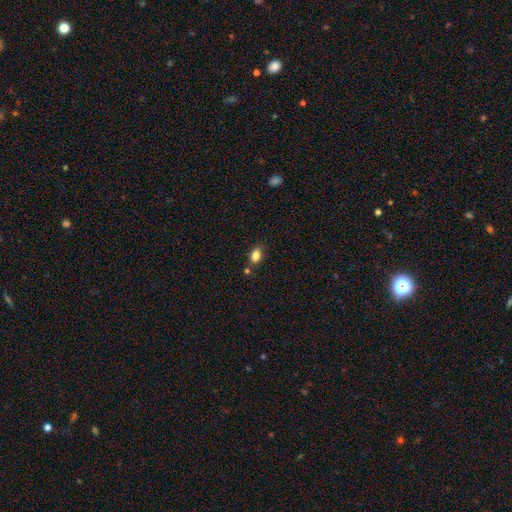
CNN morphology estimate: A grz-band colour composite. It shows a smooth galaxy with no disk features (83%) that is in between round and cigar-shaped (76%). Merging: none (70%).